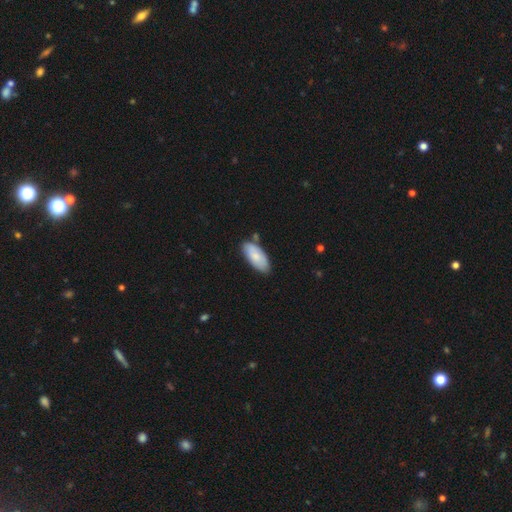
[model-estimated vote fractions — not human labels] smooth 79%, featured or disk 16%, star or artifact 5%. Down the decision tree: how rounded — in between (89%); merging — none (74%).